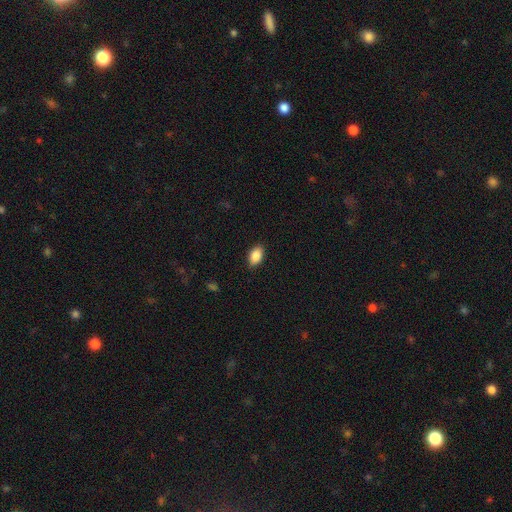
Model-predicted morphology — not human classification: Q: Smooth or featured?
A: smooth (88%); runner-up: star or artifact (7%)
Q: How rounded?
A: in between (91%); runner-up: round (7%)
Q: Merging?
A: none (86%); runner-up: minor disturbance (10%)